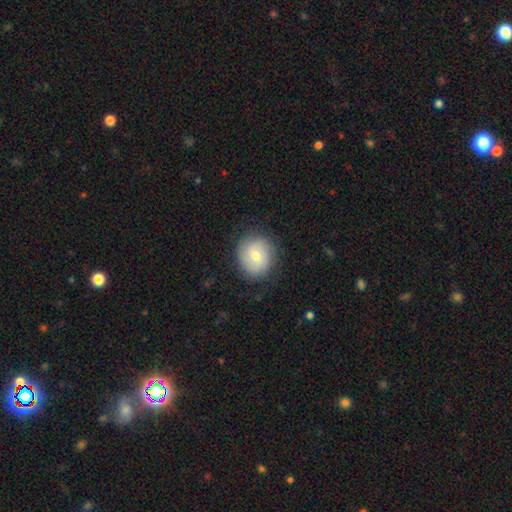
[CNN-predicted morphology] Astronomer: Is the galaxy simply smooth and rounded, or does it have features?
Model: smooth — 61%.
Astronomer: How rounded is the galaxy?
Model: round — 82%.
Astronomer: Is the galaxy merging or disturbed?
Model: none — 82%.